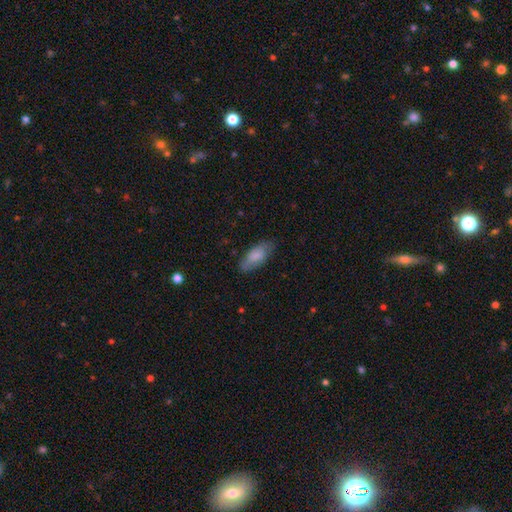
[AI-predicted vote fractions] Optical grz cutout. It shows a smooth galaxy with no disk features (79%) that is in between round and cigar-shaped (82%). Merging: none (76%).